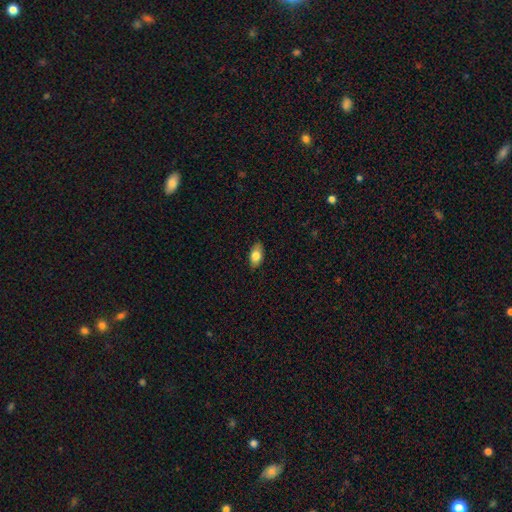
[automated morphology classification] Q: Smooth or featured?
A: smooth (78%); runner-up: featured or disk (15%)
Q: How rounded?
A: in between (89%); runner-up: round (6%)
Q: Merging?
A: none (84%); runner-up: minor disturbance (12%)